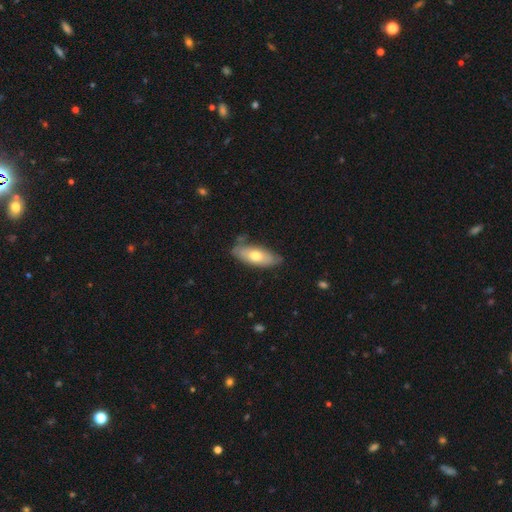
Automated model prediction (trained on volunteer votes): A smooth galaxy with no disk features (64%) that is in between round and cigar-shaped (74%). Merging: none (72%).